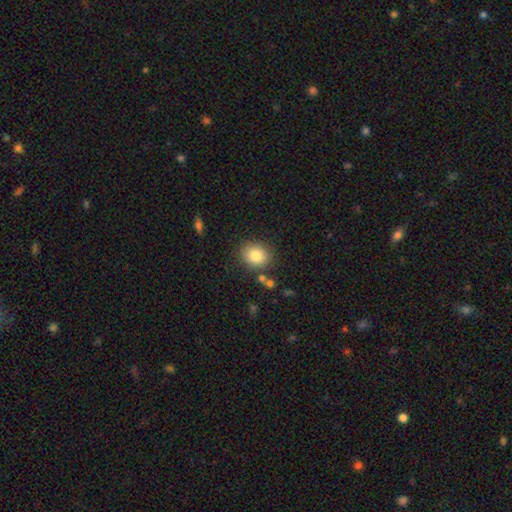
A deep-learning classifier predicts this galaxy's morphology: smooth-or-featured: smooth: 82% | star or artifact: 10% | featured or disk: 8%
  how-rounded: round: 66% | in between: 33% | cigar-shaped: 1%
  merging: none: 82% | minor disturbance: 10% | merger: 5% | major disturbance: 3%